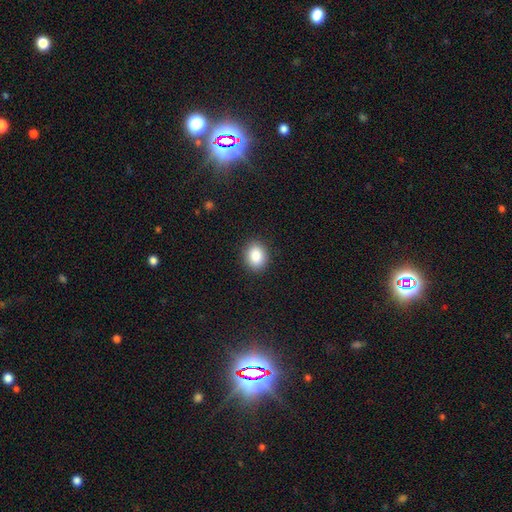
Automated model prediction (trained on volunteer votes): A smooth galaxy with no disk features (86%) that is round (55%).

Vote fractions:
- Smooth or featured? smooth: 86% / star or artifact: 9% / featured or disk: 5%
- How rounded? round: 55% / in between: 44% / cigar-shaped: 1%
- Merging? none: 90% / minor disturbance: 7% / major disturbance: 2% / merger: 1%